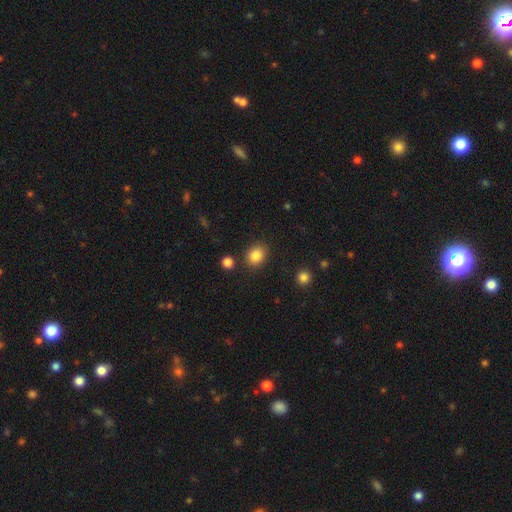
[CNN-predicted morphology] Smooth or featured? smooth (85%)
How rounded? round (56%)
Merging? none (82%)